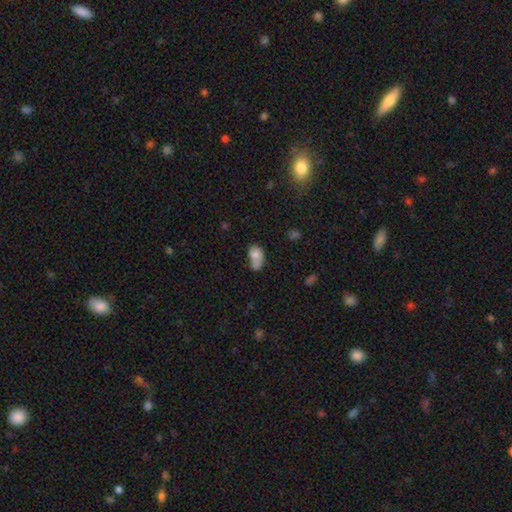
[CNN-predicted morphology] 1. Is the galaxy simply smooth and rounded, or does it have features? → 74% smooth, 17% featured or disk, 10% star or artifact.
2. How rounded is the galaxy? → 73% in between, 26% round, 2% cigar-shaped.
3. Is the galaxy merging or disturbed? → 50% merger, 25% none, 15% minor disturbance, 10% major disturbance.